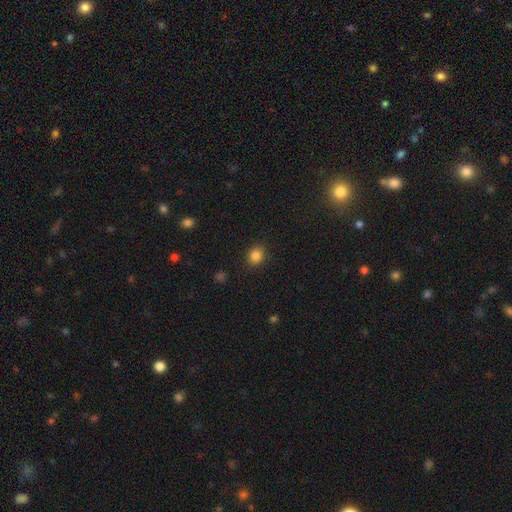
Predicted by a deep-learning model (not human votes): Smooth or featured? smooth (85%)
How rounded? round (74%)
Merging? none (89%)